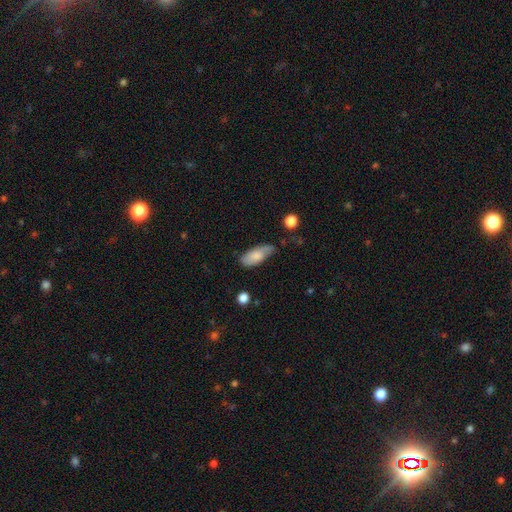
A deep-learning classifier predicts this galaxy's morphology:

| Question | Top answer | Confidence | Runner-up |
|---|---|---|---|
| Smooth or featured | smooth | 77% | featured or disk (17%) |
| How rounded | in between | 82% | cigar-shaped (16%) |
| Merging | none | 55% | minor disturbance (34%) |